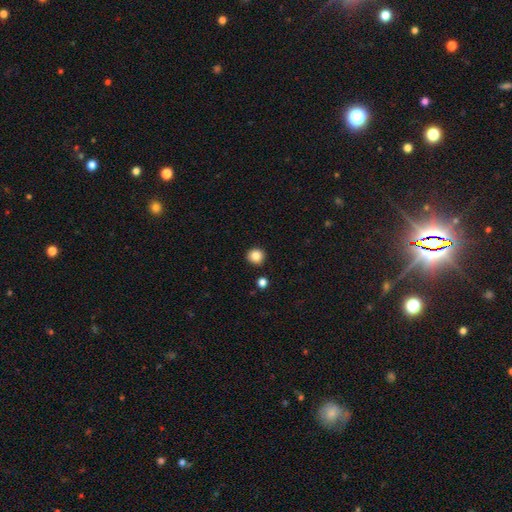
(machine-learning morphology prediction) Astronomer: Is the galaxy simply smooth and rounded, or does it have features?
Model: smooth — 85%.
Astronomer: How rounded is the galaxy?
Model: round — 93%.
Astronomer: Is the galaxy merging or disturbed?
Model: none — 91%.